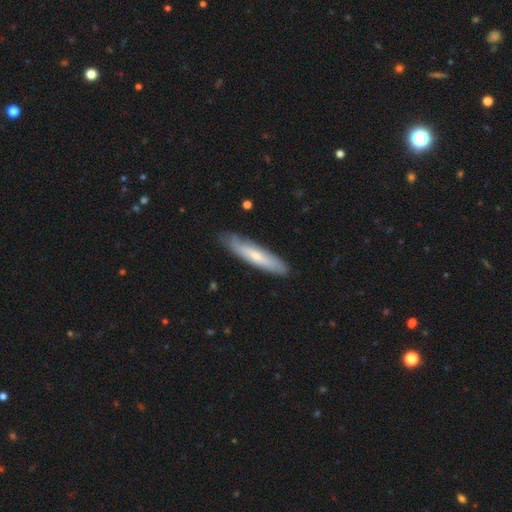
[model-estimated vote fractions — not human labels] Smooth or featured: smooth — 54% (featured or disk — 40%)
How rounded: cigar-shaped — 83% (in between — 16%)
Merging: none — 81% (minor disturbance — 15%)